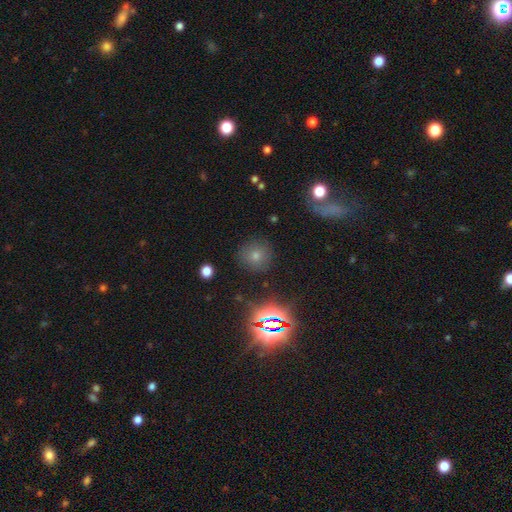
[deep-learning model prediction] Smooth or featured: smooth — 68% (star or artifact — 22%)
How rounded: round — 92% (in between — 7%)
Merging: none — 85% (minor disturbance — 9%)